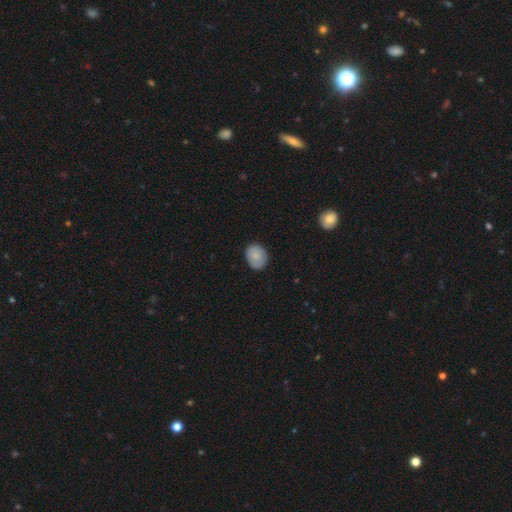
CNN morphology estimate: A smooth galaxy with no disk features (82%) that is round (53%).

Vote fractions:
- Smooth or featured? smooth: 82% / featured or disk: 11% / star or artifact: 7%
- How rounded? round: 53% / in between: 46% / cigar-shaped: 1%
- Merging? none: 84% / minor disturbance: 12% / major disturbance: 2% / merger: 1%